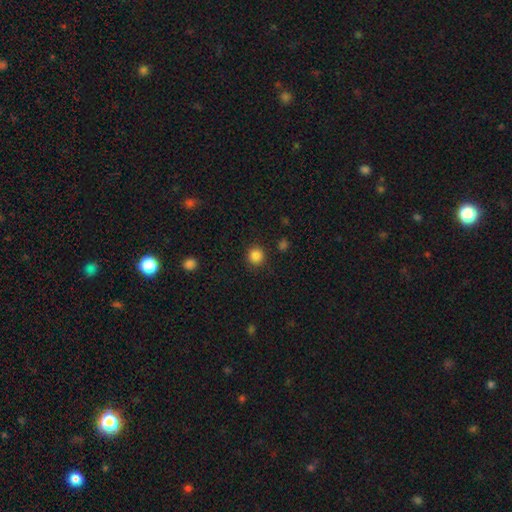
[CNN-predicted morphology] Overall: smooth (86%). How rounded: round (92%). Merging: none (89%).